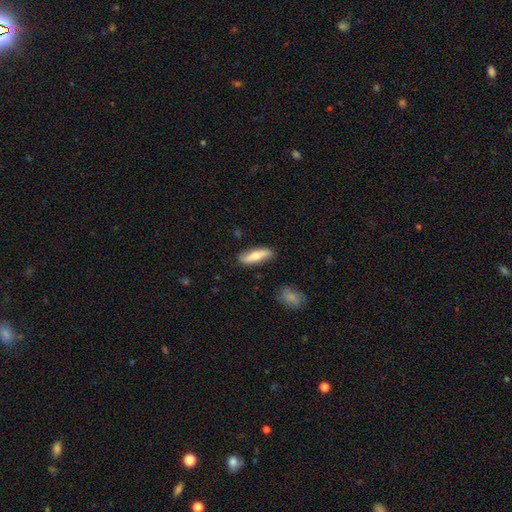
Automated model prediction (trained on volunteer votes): smooth_or_featured: smooth (p=0.61) [alt: featured or disk p=0.33]
how_rounded: cigar-shaped (p=0.52) [alt: in between p=0.45]
merging: none (p=0.84) [alt: minor disturbance p=0.12]